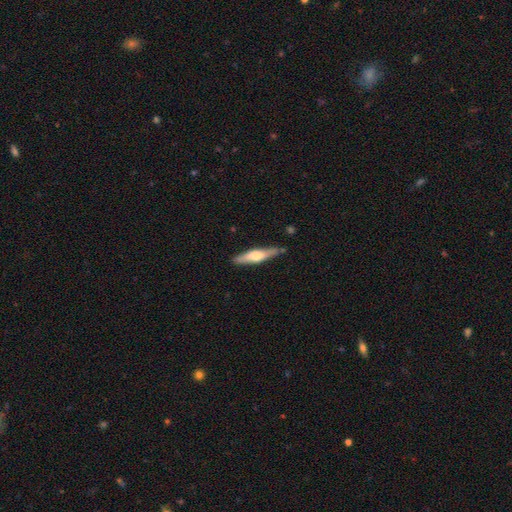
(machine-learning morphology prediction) A featured or disk galaxy (49%). Merging: none (82%).